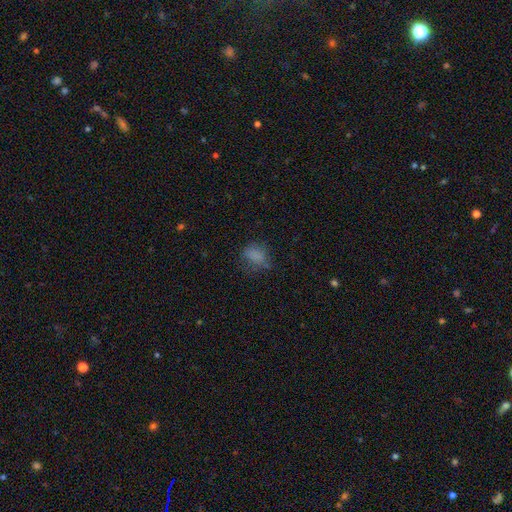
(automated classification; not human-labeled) A smooth galaxy with no disk features (76%) that is in between round and cigar-shaped (64%). Merging: none (58%).